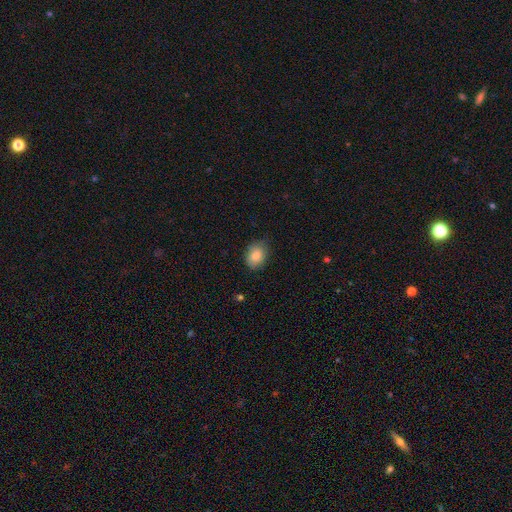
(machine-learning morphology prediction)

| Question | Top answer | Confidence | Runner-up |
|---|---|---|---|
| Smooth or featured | smooth | 85% | star or artifact (8%) |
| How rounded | in between | 67% | round (32%) |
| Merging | none | 78% | minor disturbance (18%) |